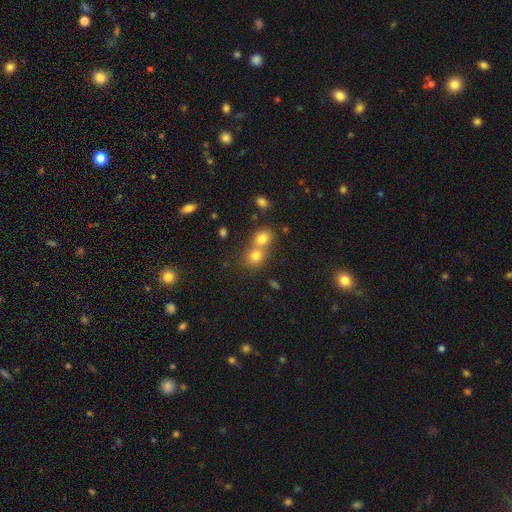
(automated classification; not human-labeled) smooth-or-featured: smooth: 77% | star or artifact: 13% | featured or disk: 10%
  how-rounded: round: 72% | in between: 27% | cigar-shaped: 1%
  merging: merger: 55% | none: 36% | minor disturbance: 6% | major disturbance: 3%